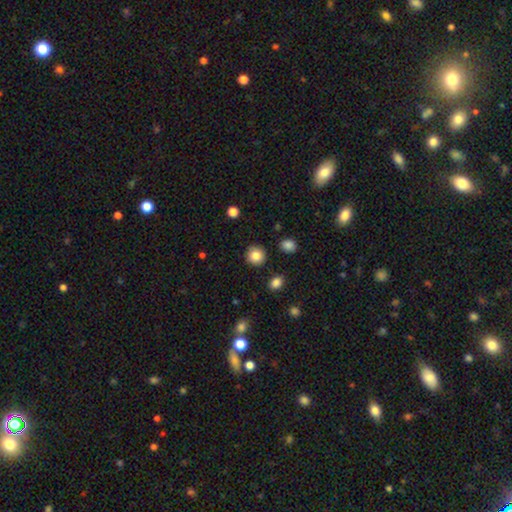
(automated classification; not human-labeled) This is clearly a smooth galaxy (84%). How rounded: clearly round (92%). Merging: clearly none (90%).